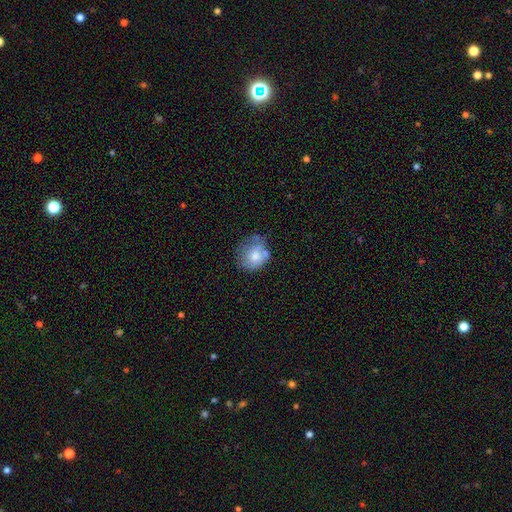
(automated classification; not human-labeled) Smooth or featured?
  - smooth: 66% *
  - featured or disk: 26%
  - star or artifact: 8%
How rounded?
  - round: 63% *
  - in between: 36%
  - cigar-shaped: 1%
Merging?
  - none: 43% *
  - minor disturbance: 32%
  - major disturbance: 15%
  - merger: 11%